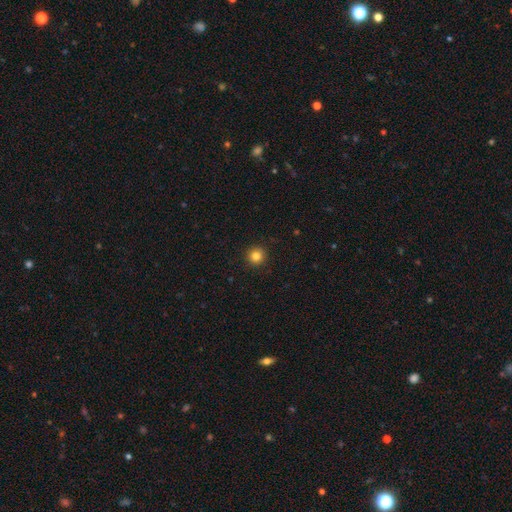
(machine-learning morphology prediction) Q: Smooth or featured?
A: smooth (83%); runner-up: star or artifact (12%)
Q: How rounded?
A: round (95%); runner-up: in between (4%)
Q: Merging?
A: none (93%); runner-up: minor disturbance (5%)